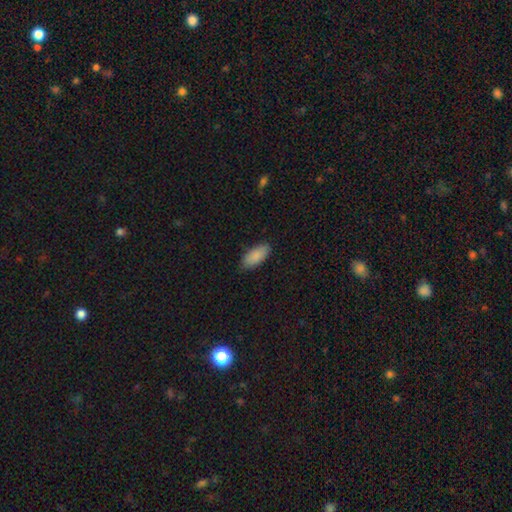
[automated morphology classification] type=smooth (89%); roundness=in between (88%); merging=none (83%).